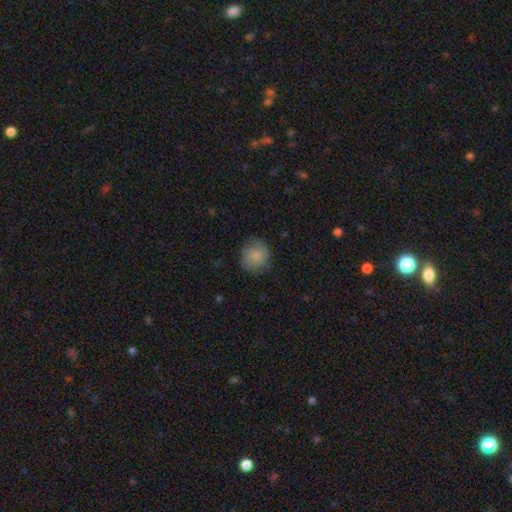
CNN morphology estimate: This is clearly a smooth galaxy (85%). How rounded: clearly round (86%). Merging: likely none (79%).